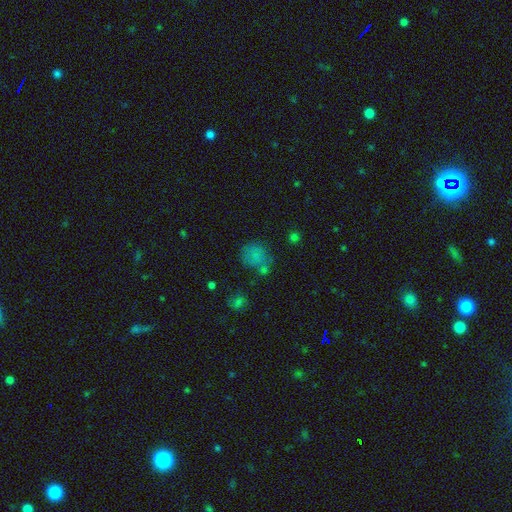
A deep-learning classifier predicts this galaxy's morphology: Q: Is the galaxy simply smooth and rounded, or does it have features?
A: smooth — 73%.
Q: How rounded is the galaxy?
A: round — 73%.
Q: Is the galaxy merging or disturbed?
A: none — 56%.